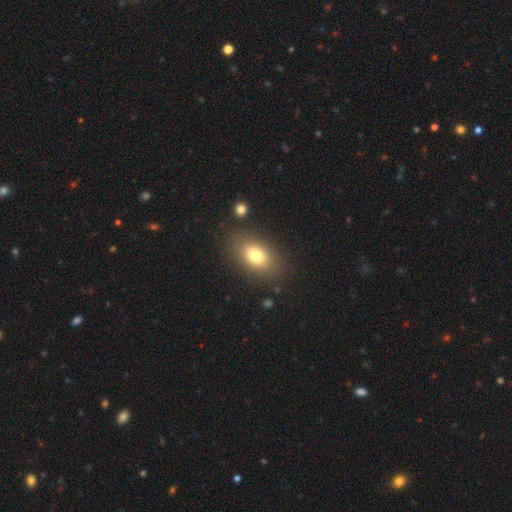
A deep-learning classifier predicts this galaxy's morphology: smooth_or_featured: smooth (p=0.77) [alt: featured or disk p=0.13]
how_rounded: in between (p=0.81) [alt: round p=0.17]
merging: none (p=0.82) [alt: minor disturbance p=0.10]